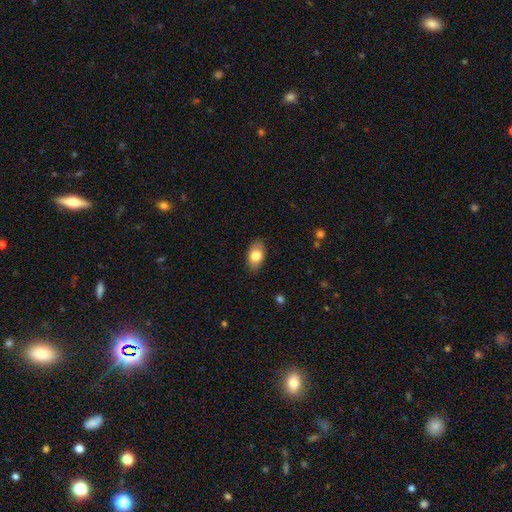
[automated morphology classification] Overall: smooth (80%). How rounded: in between (90%). Merging: none (84%).